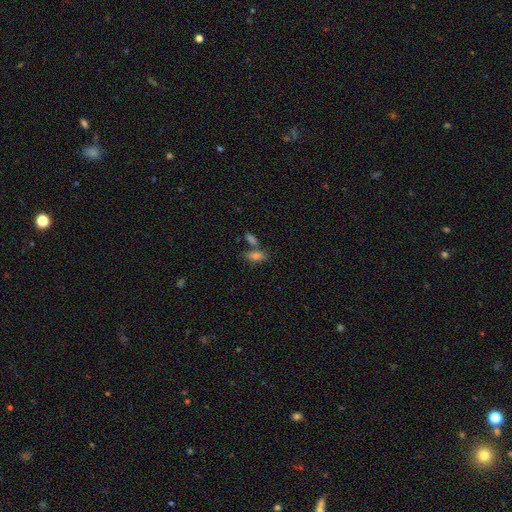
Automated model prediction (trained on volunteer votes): This is likely a smooth galaxy (75%). How rounded: likely in between (79%). Merging: possibly none (54%).